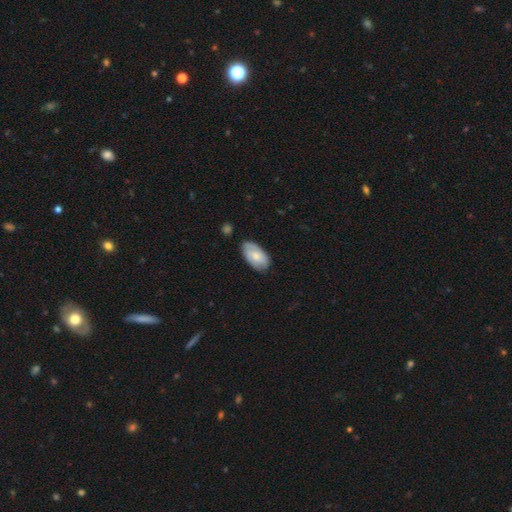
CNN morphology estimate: Smooth or featured: smooth — 56% (featured or disk — 38%)
How rounded: in between — 93% (round — 4%)
Merging: none — 73% (minor disturbance — 22%)